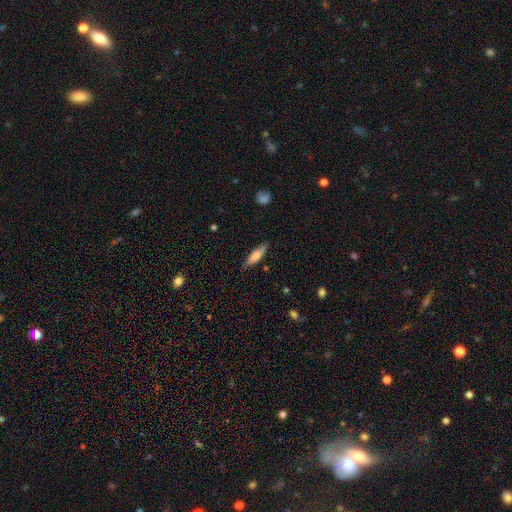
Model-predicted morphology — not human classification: smooth 69%, featured or disk 25%, star or artifact 6%. Down the decision tree: how rounded — cigar-shaped (70%); merging — none (84%).